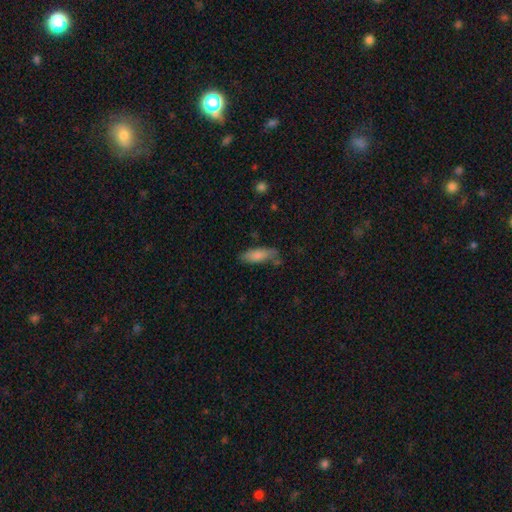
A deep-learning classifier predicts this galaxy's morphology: smooth_or_featured: smooth (p=0.79) [alt: featured or disk p=0.15]
how_rounded: in between (p=0.64) [alt: cigar-shaped p=0.34]
merging: none (p=0.66) [alt: minor disturbance p=0.22]